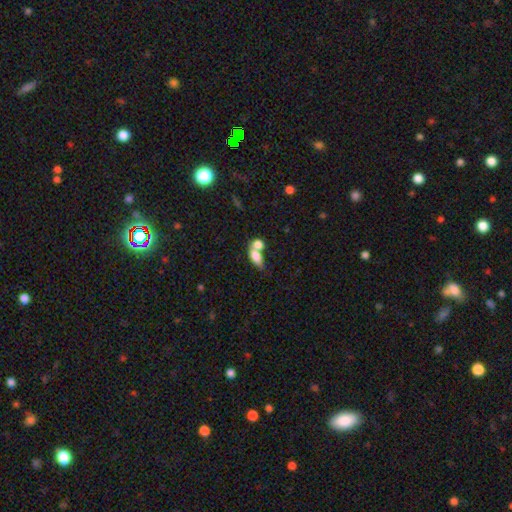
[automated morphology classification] A smooth galaxy with no disk features (76%) that is in between round and cigar-shaped (82%). Merging: merger (58%).